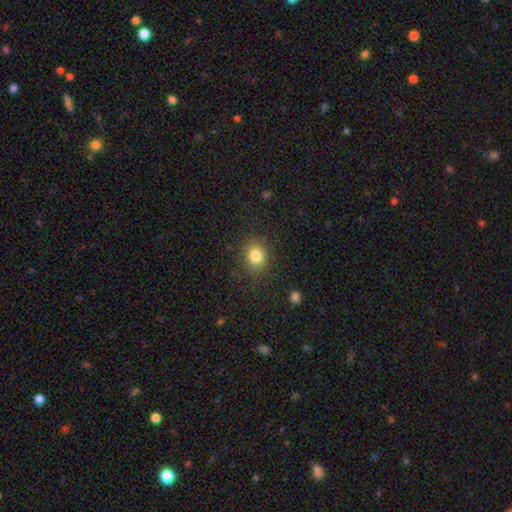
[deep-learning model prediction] Overall: smooth (81%). How rounded: round (65%; in between 34%). Merging: none (86%).